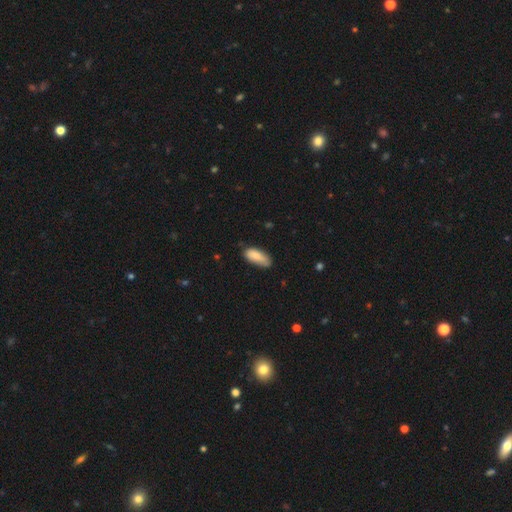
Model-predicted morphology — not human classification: Smooth or featured? Predicted: smooth (p=0.82). How rounded? Predicted: in between (p=0.80). Merging? Predicted: none (p=0.63).